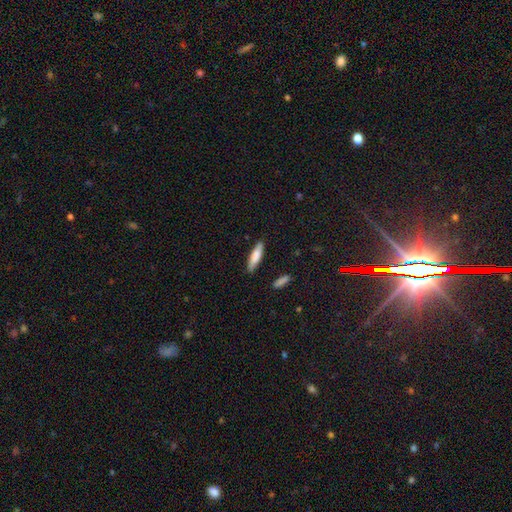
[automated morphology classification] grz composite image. It shows a smooth galaxy with no disk features (77%) that is cigar-shaped (70%). Merging: none (84%).